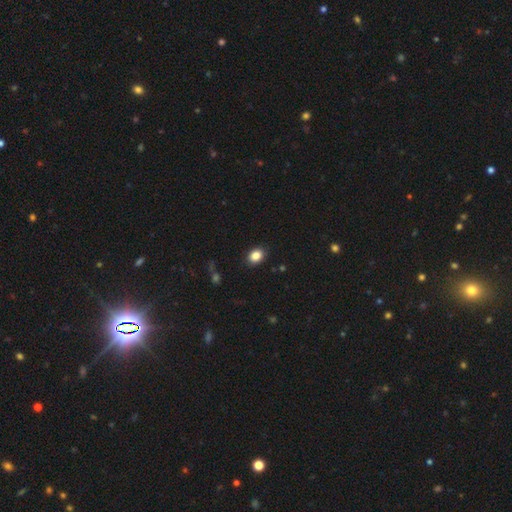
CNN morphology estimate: A smooth galaxy with no disk features (86%) that is in between round and cigar-shaped (60%).

Vote fractions:
- Smooth or featured? smooth: 86% / star or artifact: 9% / featured or disk: 4%
- How rounded? in between: 60% / round: 39% / cigar-shaped: 1%
- Merging? none: 89% / minor disturbance: 8% / major disturbance: 2% / merger: 1%